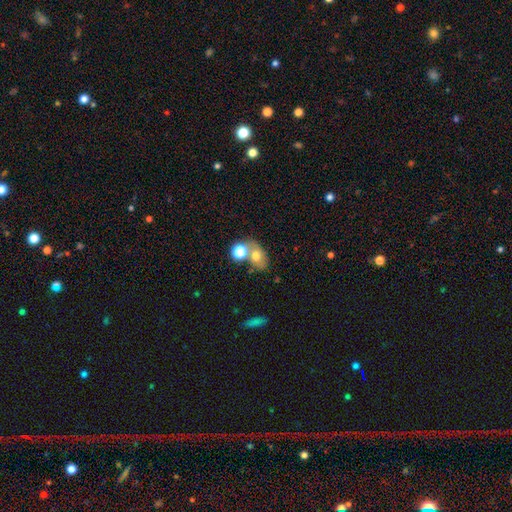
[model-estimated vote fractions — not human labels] Smooth or featured? smooth (65%)
How rounded? in between (69%)
Merging? none (47%)